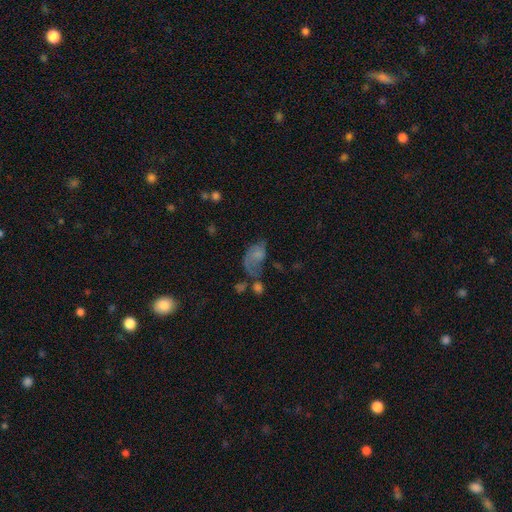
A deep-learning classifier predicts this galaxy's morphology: Smooth or featured?
  - smooth: 46% *
  - featured or disk: 39%
  - star or artifact: 15%
Merging?
  - major disturbance: 39% *
  - none: 23%
  - minor disturbance: 20%
  - merger: 18%